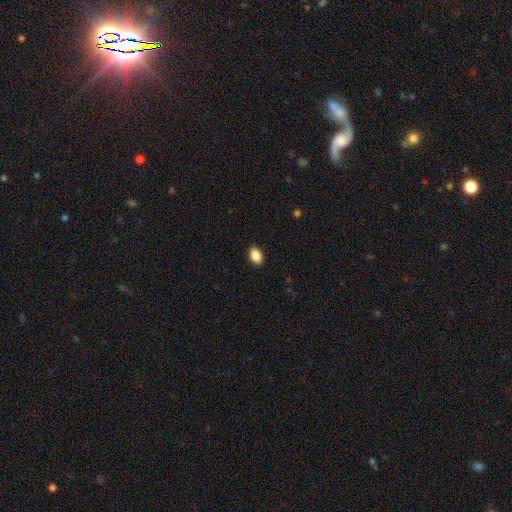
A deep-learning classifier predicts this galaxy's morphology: type=smooth (87%); roundness=in between (86%); merging=none (90%).